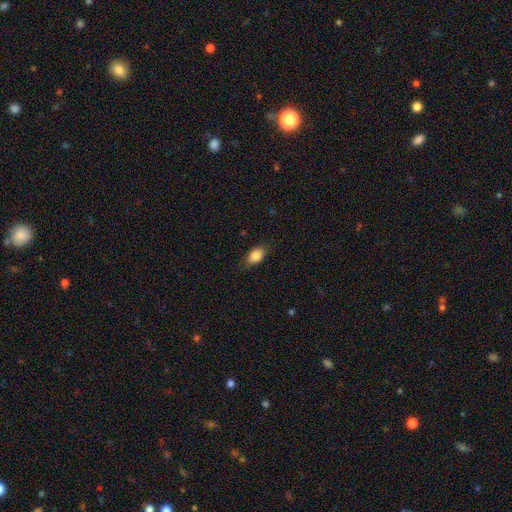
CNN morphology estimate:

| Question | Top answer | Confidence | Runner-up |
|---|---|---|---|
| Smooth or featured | smooth | 86% | star or artifact (8%) |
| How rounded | in between | 86% | round (12%) |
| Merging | none | 80% | minor disturbance (16%) |